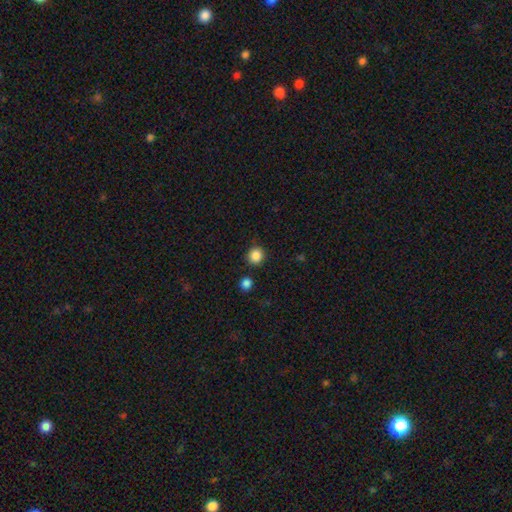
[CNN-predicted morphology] Q: Smooth or featured?
A: smooth (86%); runner-up: star or artifact (10%)
Q: How rounded?
A: round (91%); runner-up: in between (8%)
Q: Merging?
A: none (87%); runner-up: minor disturbance (7%)